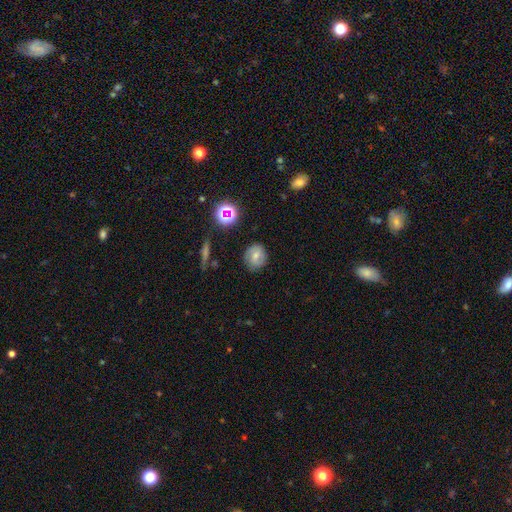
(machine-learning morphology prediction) A smooth galaxy with no disk features (51%) that is round (75%).

Vote fractions:
- Smooth or featured? smooth: 51% / featured or disk: 36% / star or artifact: 13%
- How rounded? round: 75% / in between: 24% / cigar-shaped: 1%
- Merging? none: 78% / minor disturbance: 16% / major disturbance: 4% / merger: 2%